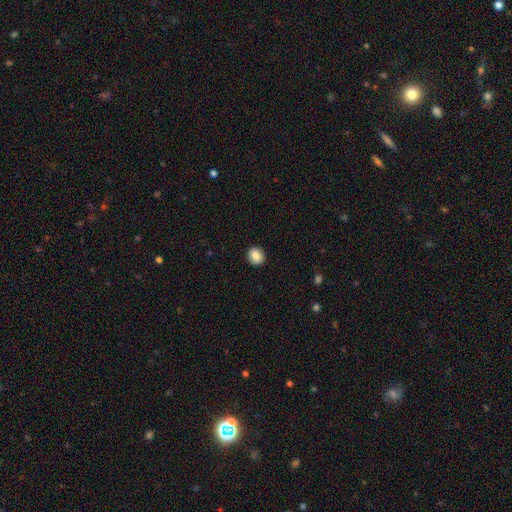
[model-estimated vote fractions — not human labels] smooth-or-featured: smooth: 87% | star or artifact: 8% | featured or disk: 5%
  how-rounded: round: 76% | in between: 23% | cigar-shaped: 1%
  merging: none: 91% | minor disturbance: 6% | major disturbance: 2% | merger: 1%